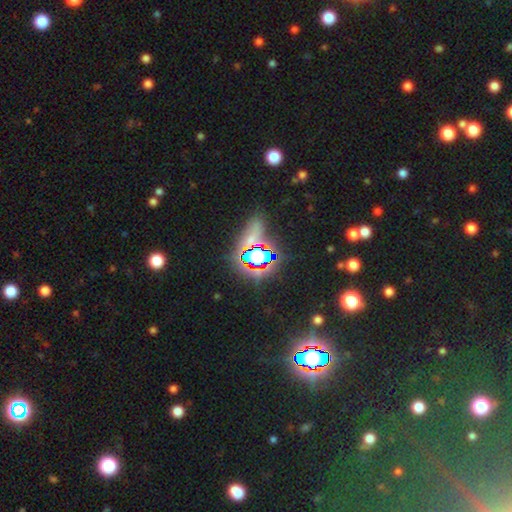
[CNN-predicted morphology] Smooth or featured? Predicted: star or artifact (p=0.67).